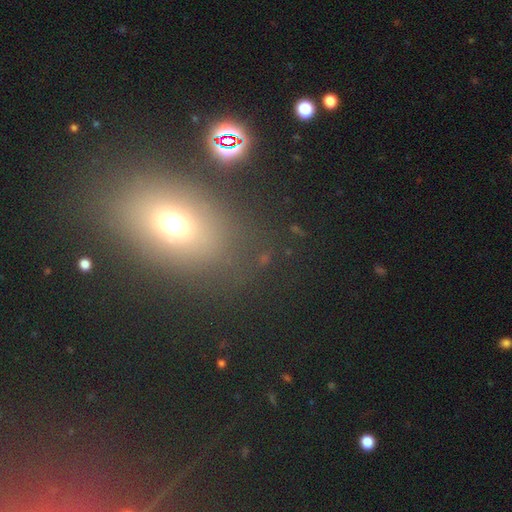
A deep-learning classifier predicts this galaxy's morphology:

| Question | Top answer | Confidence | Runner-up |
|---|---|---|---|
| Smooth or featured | smooth | 51% | star or artifact (34%) |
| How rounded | in between | 68% | round (27%) |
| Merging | none | 83% | minor disturbance (9%) |